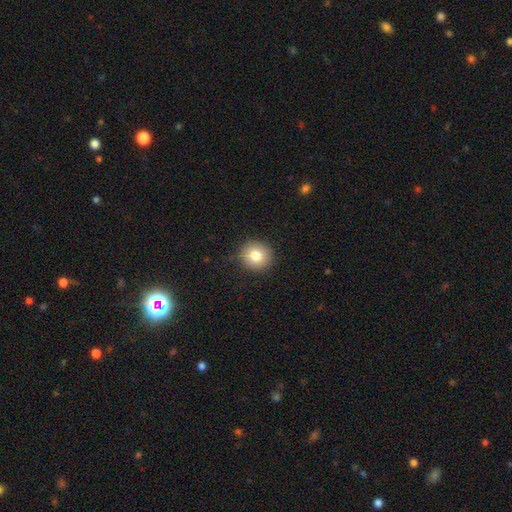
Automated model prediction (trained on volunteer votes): Smooth or featured?
  - smooth: 81% *
  - star or artifact: 10%
  - featured or disk: 9%
How rounded?
  - round: 91% *
  - in between: 8%
  - cigar-shaped: 1%
Merging?
  - none: 90% *
  - minor disturbance: 7%
  - major disturbance: 2%
  - merger: 1%